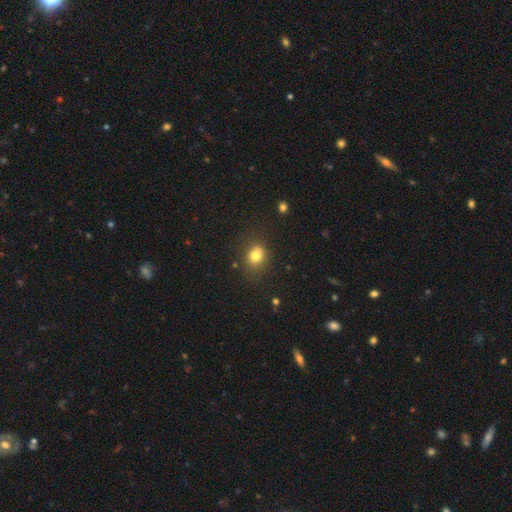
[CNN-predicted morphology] smooth_or_featured: smooth (p=0.79) [alt: star or artifact p=0.13]
how_rounded: round (p=0.62) [alt: in between p=0.37]
merging: none (p=0.77) [alt: minor disturbance p=0.15]